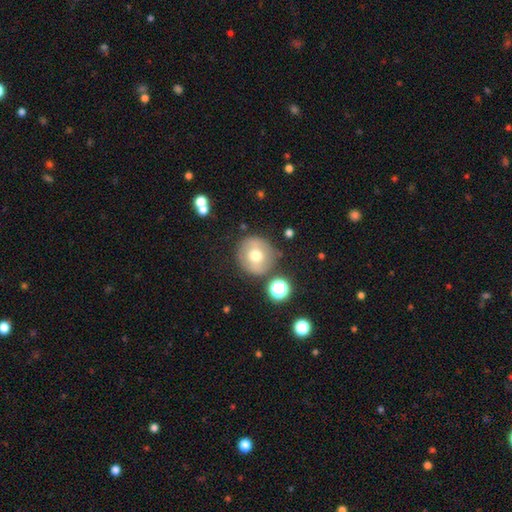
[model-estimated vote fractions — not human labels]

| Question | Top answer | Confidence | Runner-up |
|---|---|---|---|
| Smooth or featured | smooth | 64% | featured or disk (26%) |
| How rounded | round | 92% | in between (7%) |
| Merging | none | 79% | minor disturbance (12%) |